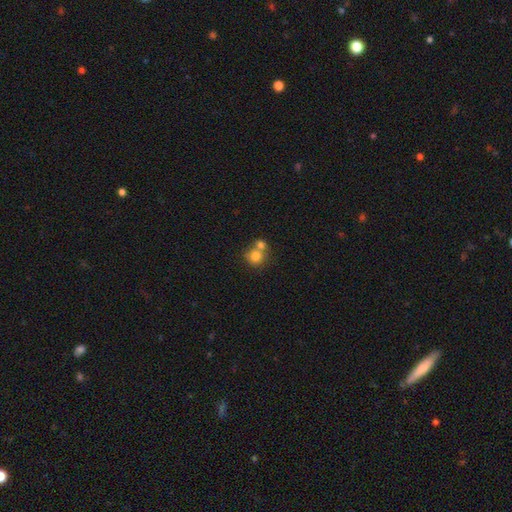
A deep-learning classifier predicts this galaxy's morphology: type=smooth (78%); roundness=round (83%); merging=merger (50%).